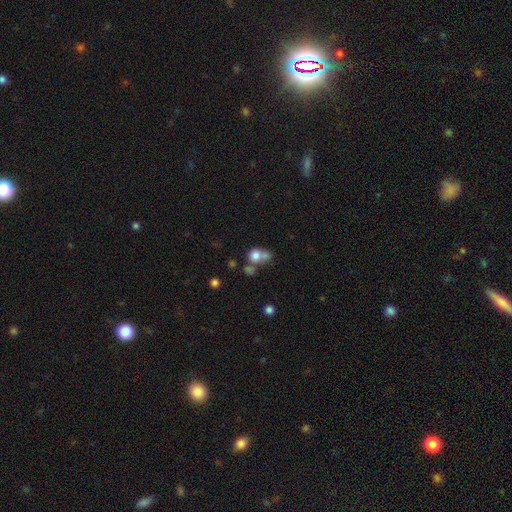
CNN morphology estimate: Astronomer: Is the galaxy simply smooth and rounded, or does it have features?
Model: smooth — 74%.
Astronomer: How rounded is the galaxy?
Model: round — 71%.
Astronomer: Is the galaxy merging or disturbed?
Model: merger — 45% (runner-up: none, 32%).